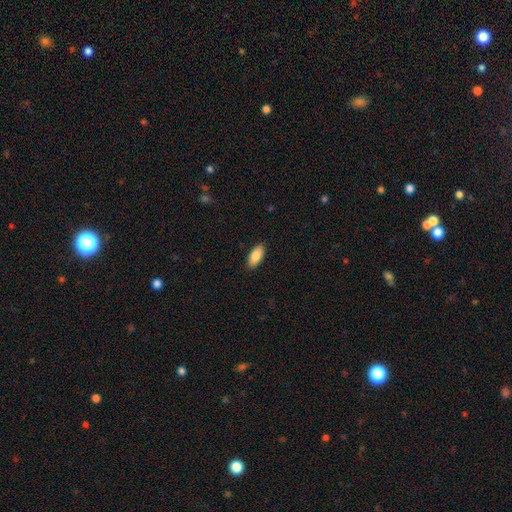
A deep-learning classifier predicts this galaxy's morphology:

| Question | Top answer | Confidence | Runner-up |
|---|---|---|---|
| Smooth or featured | smooth | 87% | featured or disk (7%) |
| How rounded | in between | 88% | cigar-shaped (10%) |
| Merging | none | 89% | minor disturbance (8%) |